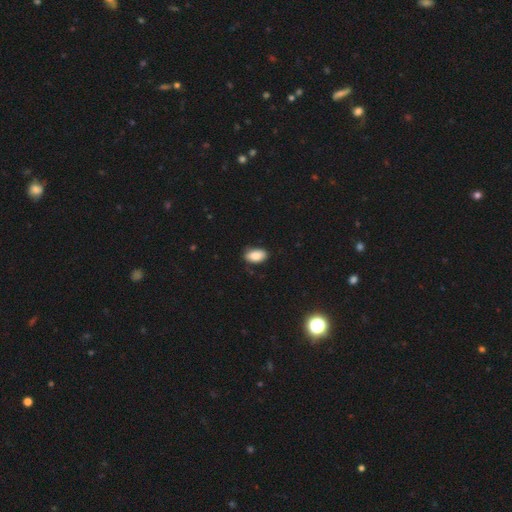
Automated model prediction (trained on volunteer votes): smooth_or_featured: smooth (p=0.88) [alt: star or artifact p=0.07]
how_rounded: in between (p=0.93) [alt: round p=0.05]
merging: none (p=0.82) [alt: minor disturbance p=0.14]